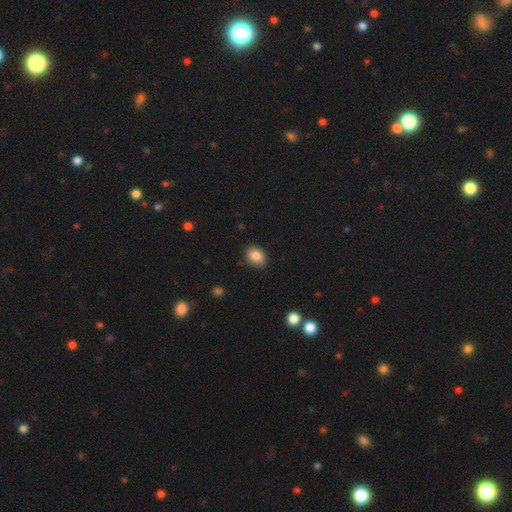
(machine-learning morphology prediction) type=smooth (85%); roundness=in between (63%); merging=none (83%).